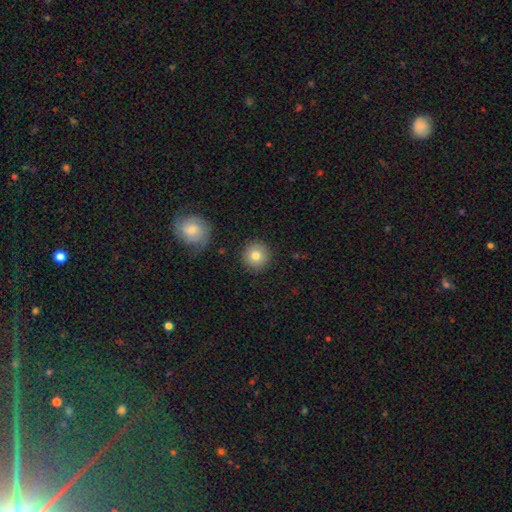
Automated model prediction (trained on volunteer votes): Q: Smooth or featured?
A: smooth (81%); runner-up: featured or disk (11%)
Q: How rounded?
A: round (94%); runner-up: in between (5%)
Q: Merging?
A: none (89%); runner-up: minor disturbance (7%)